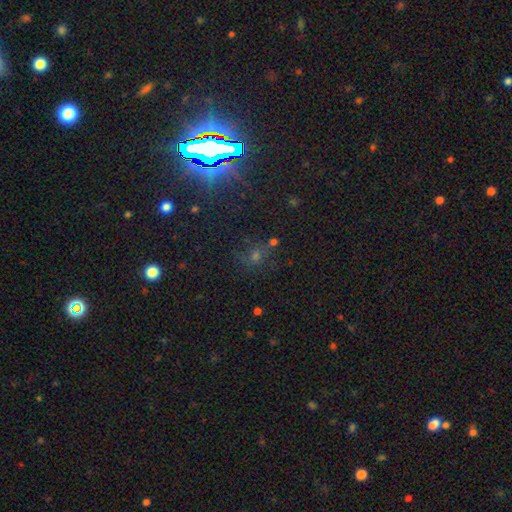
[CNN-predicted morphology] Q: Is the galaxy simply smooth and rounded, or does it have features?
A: star or artifact — 51%.